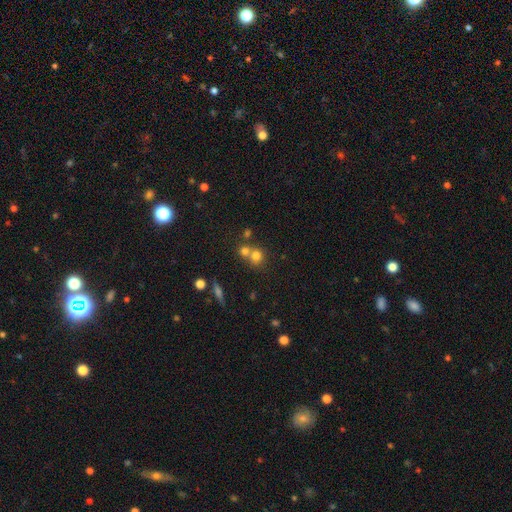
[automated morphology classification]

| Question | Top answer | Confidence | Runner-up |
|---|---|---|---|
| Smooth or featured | smooth | 73% | star or artifact (15%) |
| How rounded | round | 85% | in between (14%) |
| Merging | merger | 47% | none (43%) |